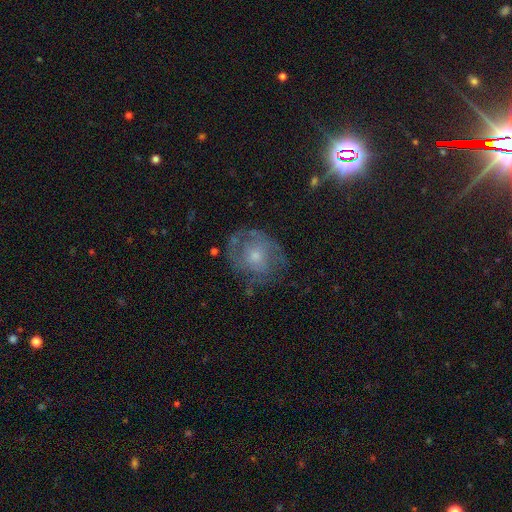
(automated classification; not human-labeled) A featured or disk galaxy (56%) with no bar (84%), spiral arms (56%) and a small central bulge (55%). Merging: none (58%).